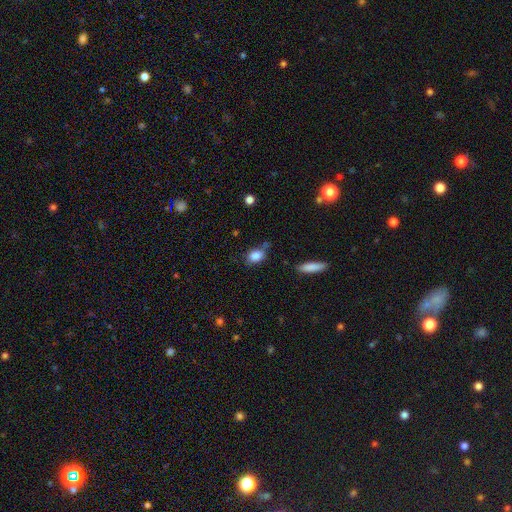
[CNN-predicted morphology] smooth-or-featured: smooth: 85% | star or artifact: 9% | featured or disk: 6%
  how-rounded: in between: 78% | round: 19% | cigar-shaped: 3%
  merging: none: 63% | minor disturbance: 22% | merger: 9% | major disturbance: 6%